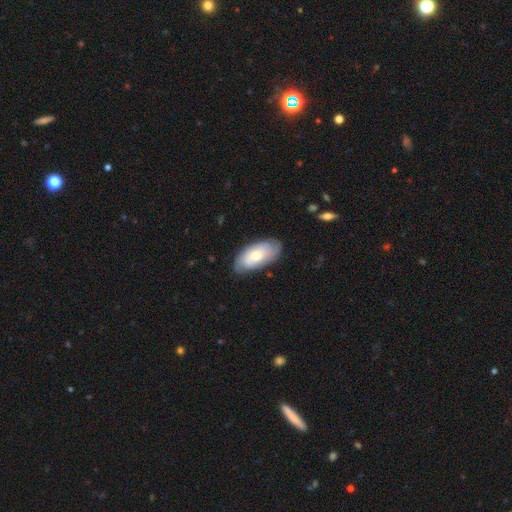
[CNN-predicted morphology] The model was most divided on "smooth or featured": smooth: 54%, featured or disk: 40%, star or artifact: 6%. More confident: how rounded — in between (92%); merging — none (77%).